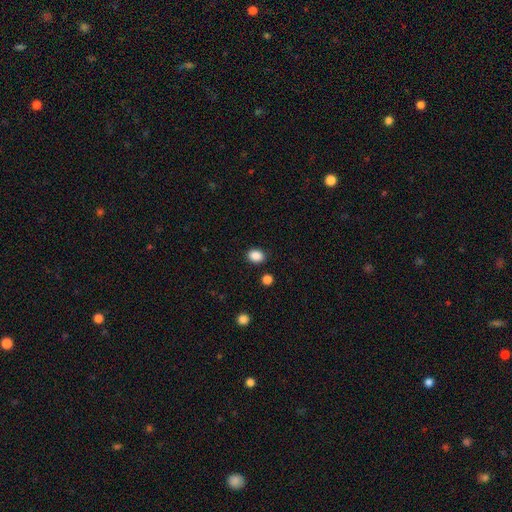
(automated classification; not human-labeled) smooth_or_featured: smooth (p=0.87) [alt: star or artifact p=0.10]
how_rounded: in between (p=0.54) [alt: round p=0.45]
merging: none (p=0.86) [alt: minor disturbance p=0.09]